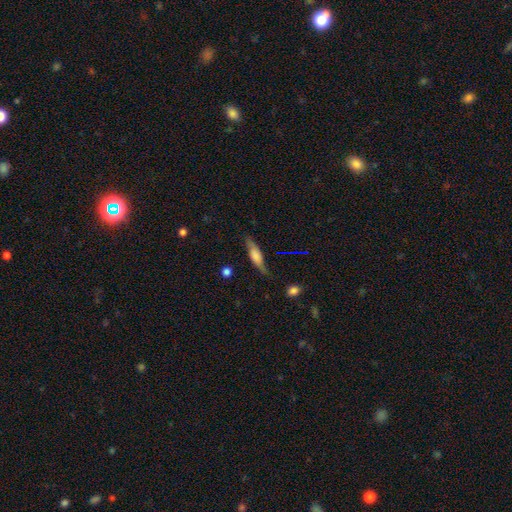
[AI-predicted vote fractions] Smooth or featured? Predicted: smooth (p=0.51). How rounded? Predicted: cigar-shaped (p=0.60). Merging? Predicted: none (p=0.72).